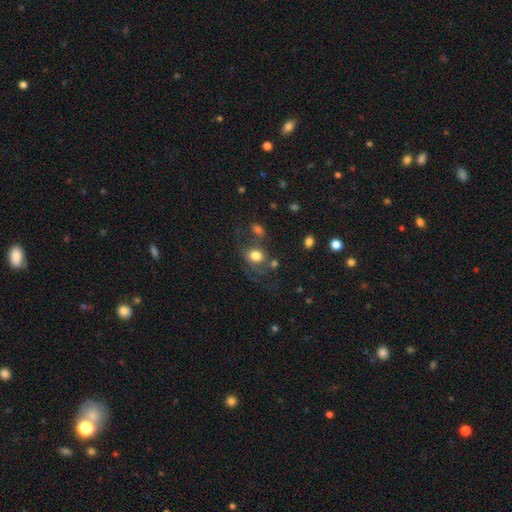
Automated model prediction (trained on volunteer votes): smooth-or-featured: smooth: 67% | featured or disk: 23% | star or artifact: 10%
  how-rounded: round: 53% | in between: 46% | cigar-shaped: 1%
  merging: none: 44% | major disturbance: 24% | minor disturbance: 19% | merger: 13%